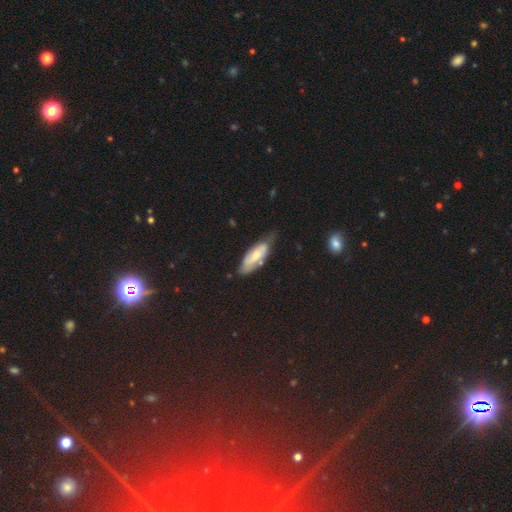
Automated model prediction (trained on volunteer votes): Smooth or featured? Predicted: smooth (p=0.59). How rounded? Predicted: in between (p=0.68). Merging? Predicted: none (p=0.49).